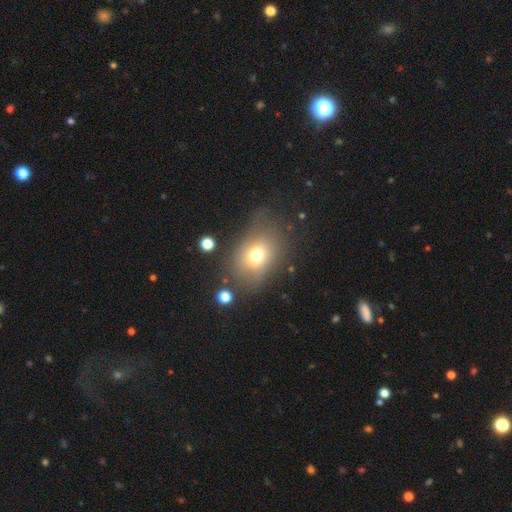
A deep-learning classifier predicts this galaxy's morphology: Smooth or featured: smooth — 70% (featured or disk — 18%)
How rounded: in between — 68% (round — 30%)
Merging: none — 56% (minor disturbance — 24%)